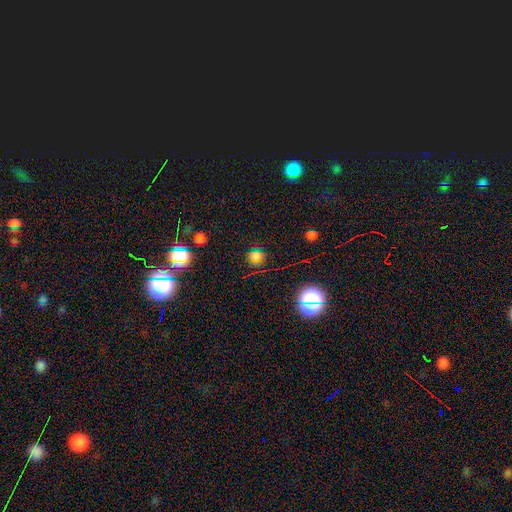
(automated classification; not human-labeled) Morphology: type=smooth (49%); merging=none (79%).